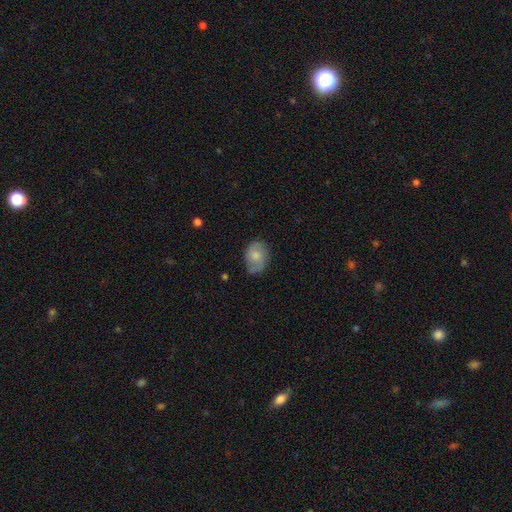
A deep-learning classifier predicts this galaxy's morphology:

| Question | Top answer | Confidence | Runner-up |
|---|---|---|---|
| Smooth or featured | smooth | 62% | featured or disk (30%) |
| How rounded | in between | 71% | round (28%) |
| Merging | none | 63% | minor disturbance (28%) |